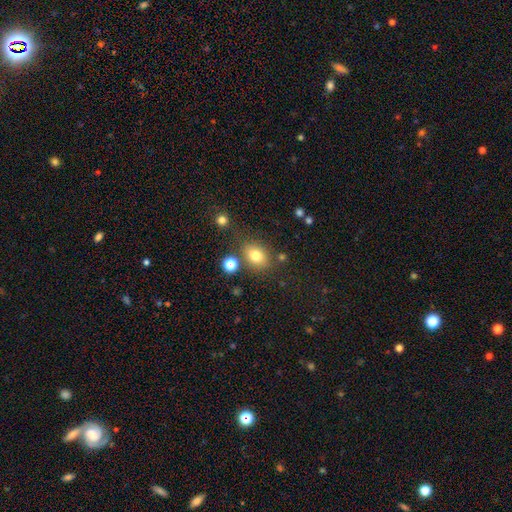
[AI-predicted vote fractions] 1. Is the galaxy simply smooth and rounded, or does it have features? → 77% smooth, 13% star or artifact, 10% featured or disk.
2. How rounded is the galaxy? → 58% in between, 41% round, 1% cigar-shaped.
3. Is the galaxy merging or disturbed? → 75% none, 13% minor disturbance, 8% merger, 5% major disturbance.